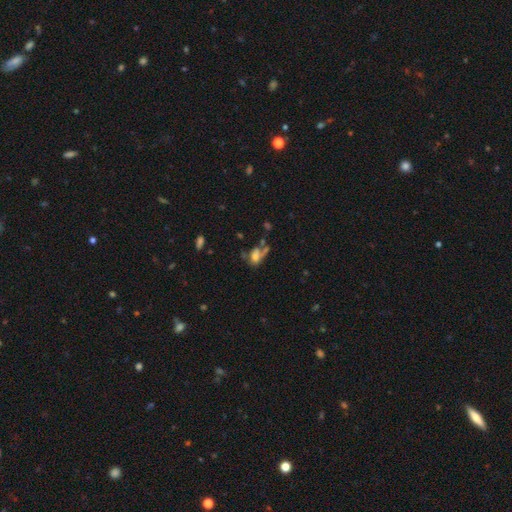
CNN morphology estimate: Q: Smooth or featured?
A: smooth (56%); runner-up: featured or disk (27%)
Q: How rounded?
A: in between (78%); runner-up: round (17%)
Q: Merging?
A: merger (33%); runner-up: none (27%)